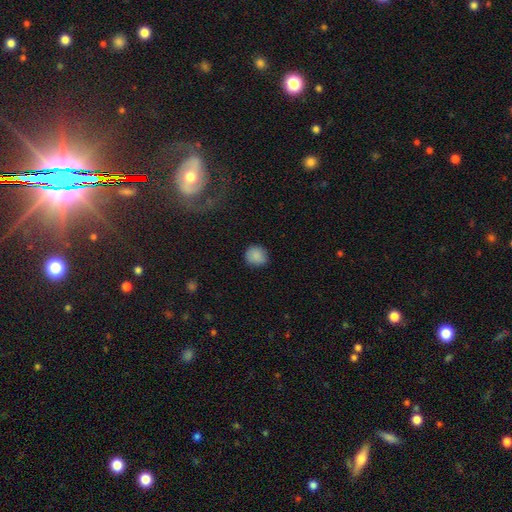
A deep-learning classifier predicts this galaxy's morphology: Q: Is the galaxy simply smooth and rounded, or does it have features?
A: smooth — 87%.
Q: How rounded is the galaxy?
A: round — 83%.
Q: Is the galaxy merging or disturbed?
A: none — 81%.